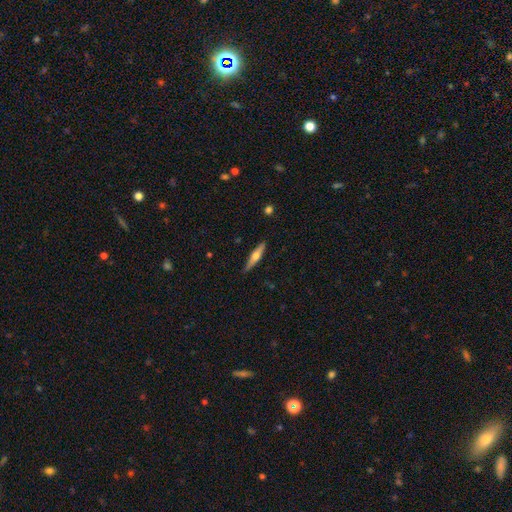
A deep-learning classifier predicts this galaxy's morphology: Smooth or featured? Predicted: featured or disk (p=0.56). Edge-on disk? Predicted: yes (p=0.96). Edge-on bulge? Predicted: rounded (p=0.92). Merging? Predicted: none (p=0.88).